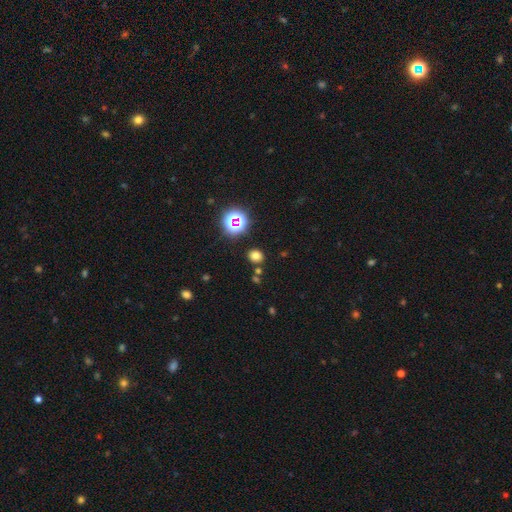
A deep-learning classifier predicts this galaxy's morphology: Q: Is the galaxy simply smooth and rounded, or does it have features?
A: smooth — 71%.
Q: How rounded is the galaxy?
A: round — 73%.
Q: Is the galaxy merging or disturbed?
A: none — 82%.